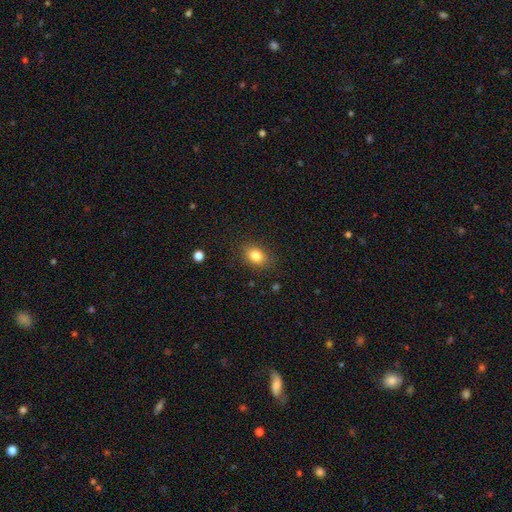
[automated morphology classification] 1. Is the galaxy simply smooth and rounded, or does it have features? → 82% smooth, 10% star or artifact, 8% featured or disk.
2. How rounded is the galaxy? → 71% in between, 27% round, 1% cigar-shaped.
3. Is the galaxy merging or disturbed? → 85% none, 11% minor disturbance, 3% major disturbance, 1% merger.